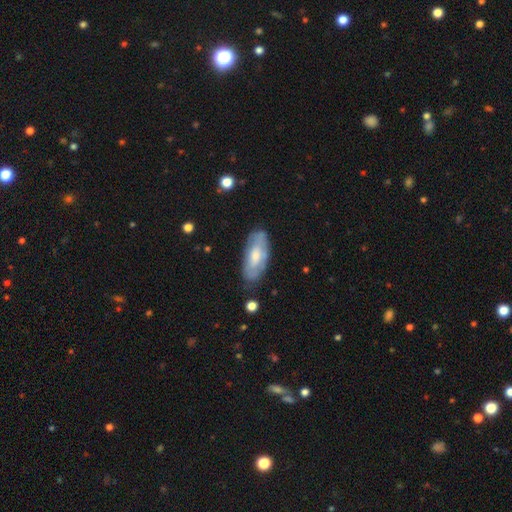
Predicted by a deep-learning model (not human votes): Q: Smooth or featured?
A: smooth (49%); runner-up: featured or disk (46%)
Q: Merging?
A: none (74%); runner-up: minor disturbance (19%)